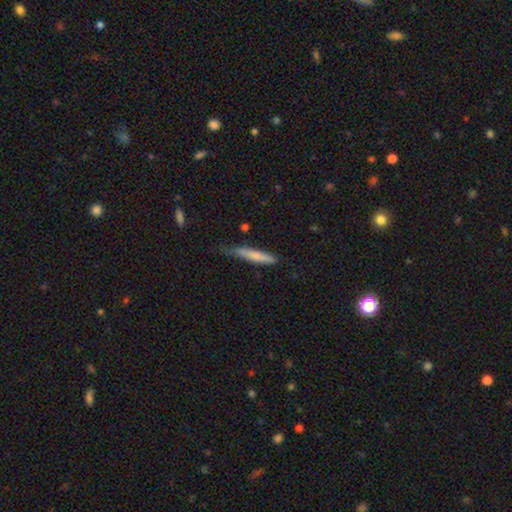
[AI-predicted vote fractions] smooth_or_featured: smooth (p=0.73) [alt: featured or disk p=0.21]
how_rounded: cigar-shaped (p=0.90) [alt: in between p=0.08]
merging: none (p=0.59) [alt: minor disturbance p=0.32]